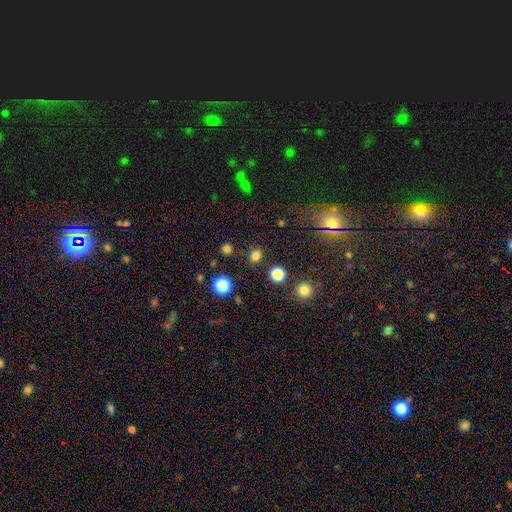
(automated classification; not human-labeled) A smooth galaxy with no disk features (77%) that is round (69%). Merging: none (87%).